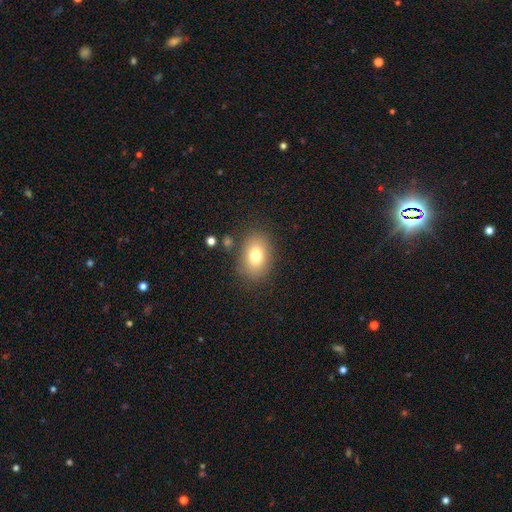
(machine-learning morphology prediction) smooth_or_featured: smooth (p=0.77) [alt: featured or disk p=0.13]
how_rounded: in between (p=0.73) [alt: round p=0.26]
merging: none (p=0.82) [alt: minor disturbance p=0.11]